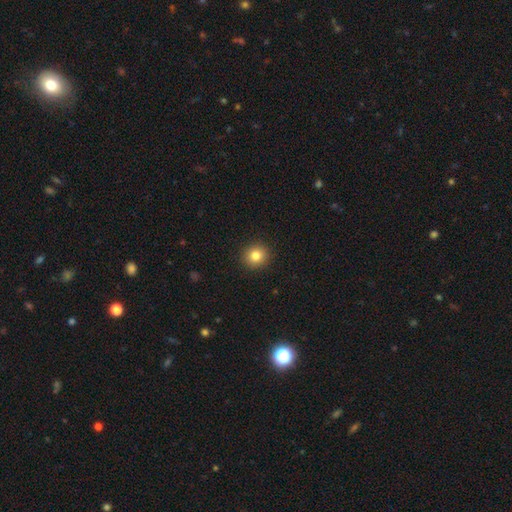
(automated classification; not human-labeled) The model was most divided on "smooth or featured": smooth: 82%, star or artifact: 11%, featured or disk: 7%. More confident: merging — none (92%); how rounded — round (90%).